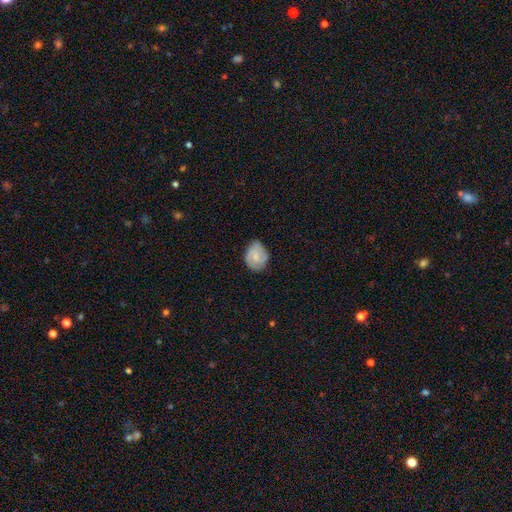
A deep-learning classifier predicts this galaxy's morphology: Smooth or featured?
  - smooth: 66% *
  - featured or disk: 27%
  - star or artifact: 7%
How rounded?
  - round: 51% *
  - in between: 48%
  - cigar-shaped: 1%
Merging?
  - none: 65% *
  - minor disturbance: 28%
  - major disturbance: 5%
  - merger: 1%